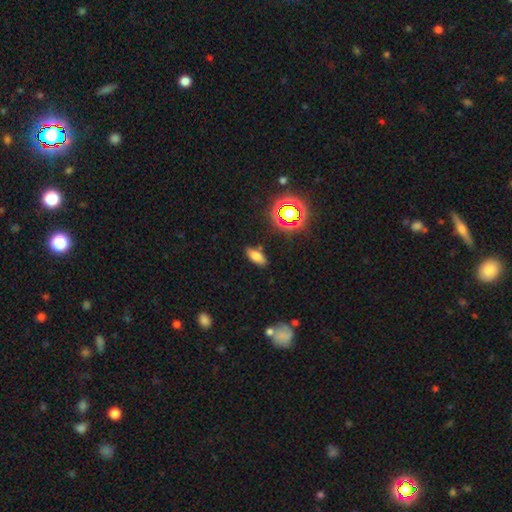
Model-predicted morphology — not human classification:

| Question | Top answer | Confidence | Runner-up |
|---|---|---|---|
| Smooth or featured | smooth | 71% | star or artifact (16%) |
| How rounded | in between | 79% | cigar-shaped (16%) |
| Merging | none | 82% | minor disturbance (12%) |